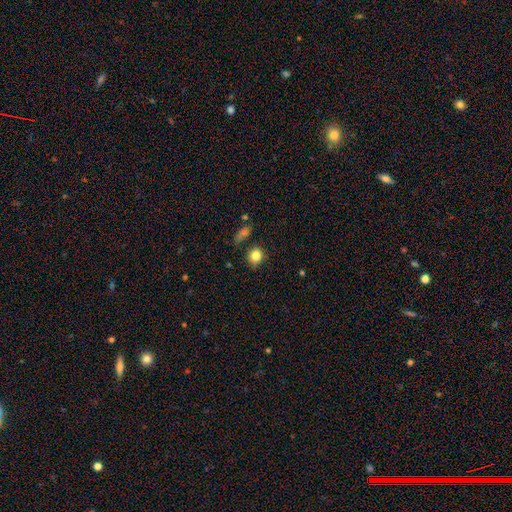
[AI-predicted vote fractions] Smooth or featured? Predicted: smooth (p=0.83). How rounded? Predicted: round (p=0.79). Merging? Predicted: none (p=0.74).